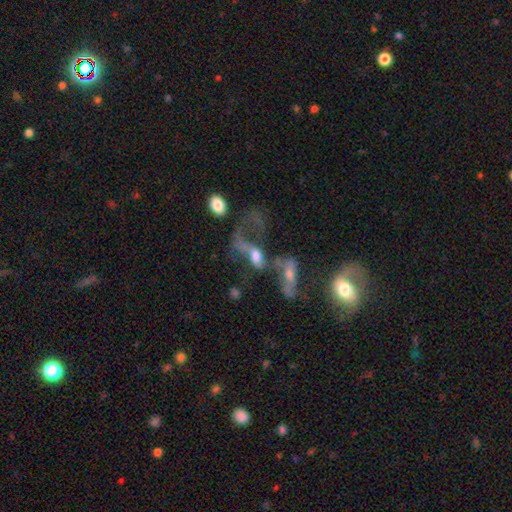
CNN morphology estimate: A featured or disk galaxy (48%).

Vote fractions:
- Smooth or featured? featured or disk: 48% / smooth: 37% / star or artifact: 15%
- Merging? merger: 46% / major disturbance: 34% / none: 13% / minor disturbance: 8%